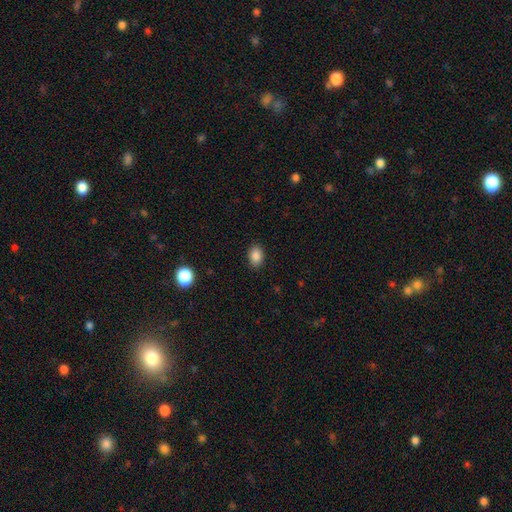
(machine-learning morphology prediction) A smooth galaxy with no disk features (87%) that is in between round and cigar-shaped (75%). Merging: none (88%).